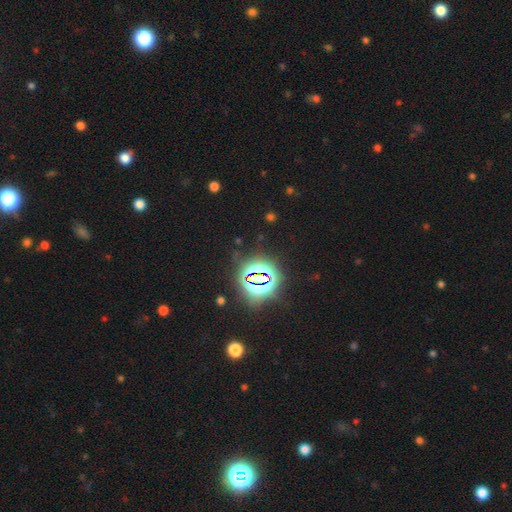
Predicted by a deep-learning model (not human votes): This appears to be a star or artifact, not a galaxy (83%).